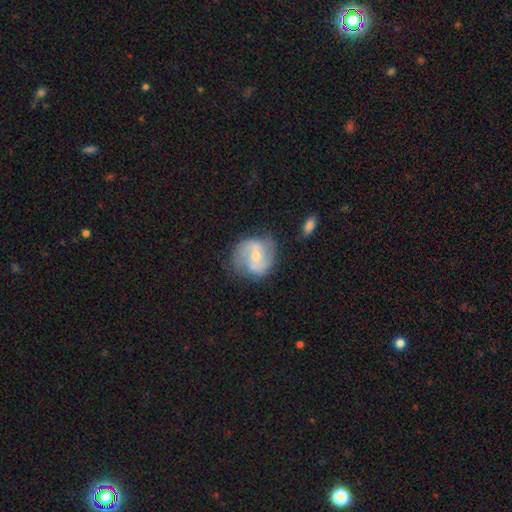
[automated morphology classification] smooth-or-featured: featured or disk: 76% | smooth: 18% | star or artifact: 7%
  disk-edge-on: no: 97% | yes: 3%
    bar: weak: 45% | no: 37% | strong: 18%
    has-spiral-arms: yes: 90% | no: 10%
      spiral-winding: medium: 45% | loose: 30% | tight: 25%
      spiral-arm-count: 2: 76% | can't tell: 11% | 3: 7% | 1: 3% | 4: 2% | more than 4: 2%
    bulge-size: small: 51% | moderate: 46% | large: 1% | none: 1% | dominant: 1%
  merging: none: 72% | minor disturbance: 19% | major disturbance: 7% | merger: 3%